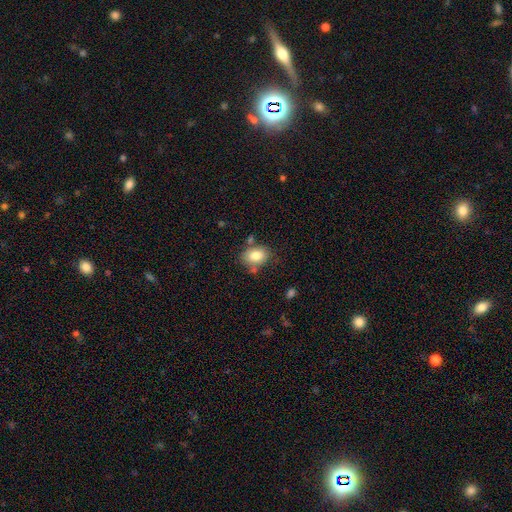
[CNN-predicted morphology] A smooth galaxy with no disk features (80%) that is in between round and cigar-shaped (68%).

Vote fractions:
- Smooth or featured? smooth: 80% / featured or disk: 11% / star or artifact: 9%
- How rounded? in between: 68% / round: 30% / cigar-shaped: 1%
- Merging? none: 70% / minor disturbance: 17% / merger: 9% / major disturbance: 4%